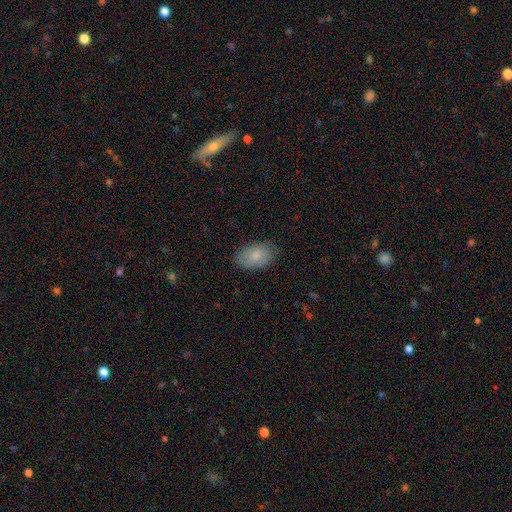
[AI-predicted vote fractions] Smooth or featured: smooth — 83% (featured or disk — 11%)
How rounded: in between — 92% (round — 7%)
Merging: none — 81% (minor disturbance — 15%)